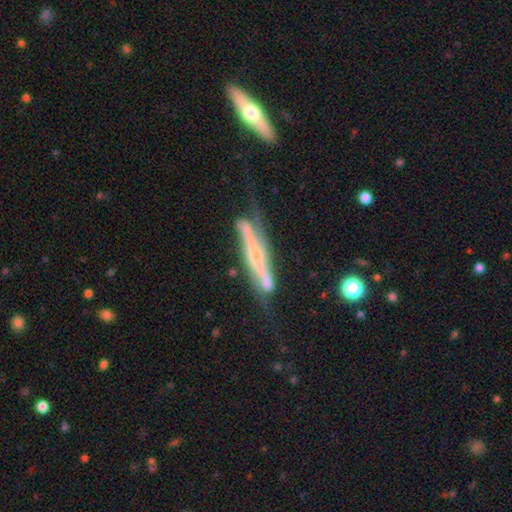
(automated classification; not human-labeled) Q: Smooth or featured?
A: featured or disk (75%); runner-up: smooth (19%)
Q: Edge-on disk?
A: yes (79%); runner-up: no (21%)
Q: Edge-on bulge?
A: rounded (53%); runner-up: none (33%)
Q: Merging?
A: none (46%); runner-up: minor disturbance (27%)